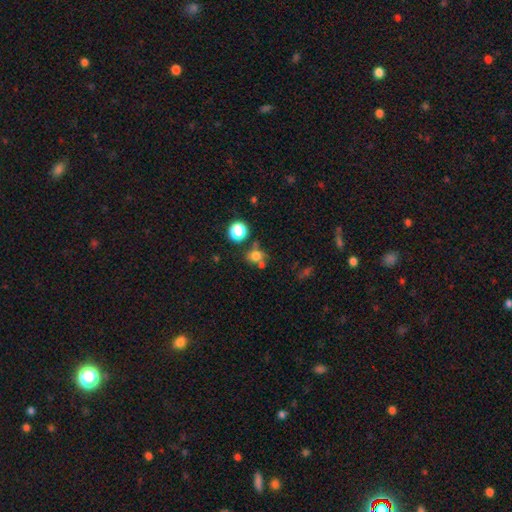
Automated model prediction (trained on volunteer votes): A smooth galaxy with no disk features (73%) that is round (71%).

Vote fractions:
- Smooth or featured? smooth: 73% / star or artifact: 18% / featured or disk: 10%
- How rounded? round: 71% / in between: 28% / cigar-shaped: 1%
- Merging? none: 58% / merger: 22% / minor disturbance: 14% / major disturbance: 6%